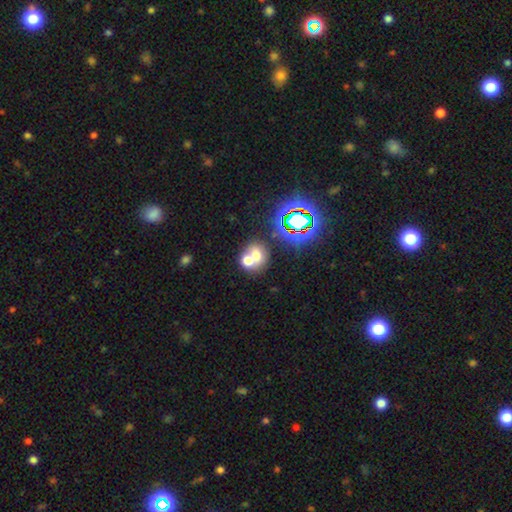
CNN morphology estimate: A smooth galaxy with no disk features (61%) that is round (68%).

Vote fractions:
- Smooth or featured? smooth: 61% / featured or disk: 21% / star or artifact: 18%
- How rounded? round: 68% / in between: 31% / cigar-shaped: 1%
- Merging? merger: 56% / none: 34% / minor disturbance: 7% / major disturbance: 4%